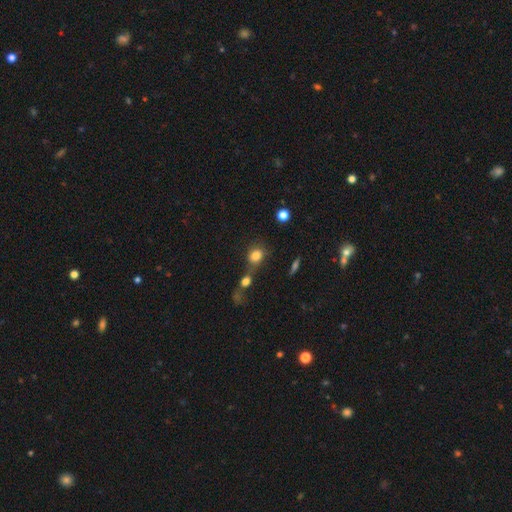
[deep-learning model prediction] Smooth or featured? Predicted: smooth (p=0.80). How rounded? Predicted: round (p=0.55). Merging? Predicted: merger (p=0.41).